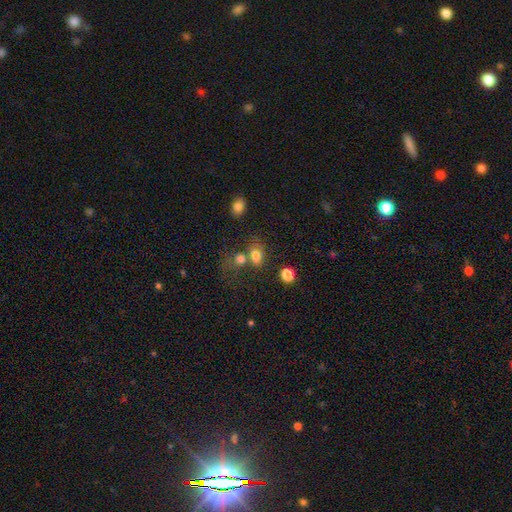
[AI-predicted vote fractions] The model was most divided on "merging": none: 44%, merger: 34%, minor disturbance: 13%, major disturbance: 8%. More confident: smooth or featured — smooth (79%); how rounded — in between (68%).